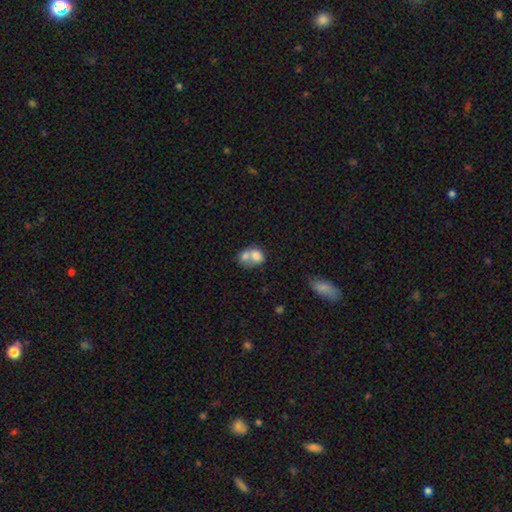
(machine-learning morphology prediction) A smooth galaxy with no disk features (69%) that is in between round and cigar-shaped (50%).

Vote fractions:
- Smooth or featured? smooth: 69% / featured or disk: 22% / star or artifact: 8%
- How rounded? in between: 50% / round: 49% / cigar-shaped: 1%
- Merging? merger: 72% / none: 18% / minor disturbance: 6% / major disturbance: 4%